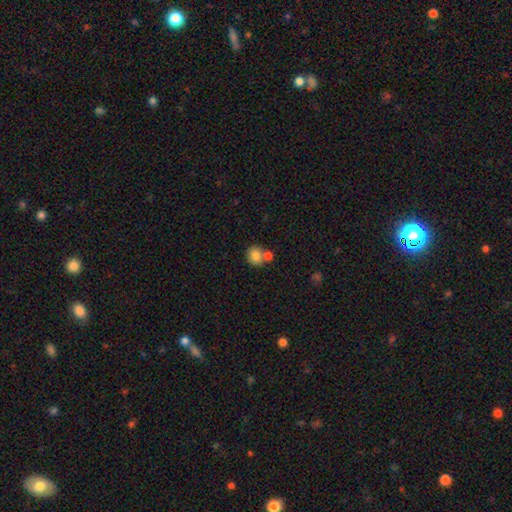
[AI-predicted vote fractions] This is clearly a smooth galaxy (81%). How rounded: clearly round (82%). Merging: possibly none (55%).